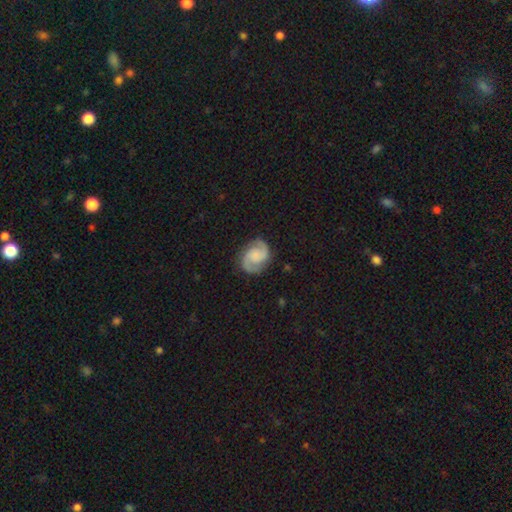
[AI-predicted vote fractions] Q: Smooth or featured?
A: featured or disk (86%); runner-up: smooth (9%)
Q: Edge-on disk?
A: no (98%); runner-up: yes (2%)
Q: Bar?
A: no (60%); runner-up: weak (33%)
Q: Spiral arms?
A: yes (98%); runner-up: no (2%)
Q: Spiral winding?
A: medium (55%); runner-up: tight (28%)
Q: Spiral arm count?
A: 2 (93%); runner-up: can't tell (2%)
Q: Bulge size?
A: none (43%); runner-up: small (29%)
Q: Merging?
A: none (83%); runner-up: minor disturbance (12%)